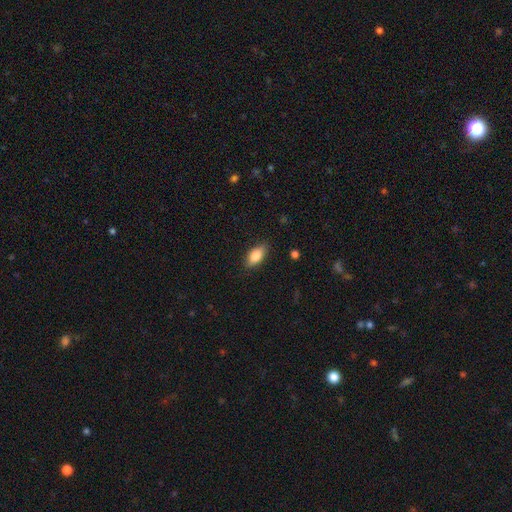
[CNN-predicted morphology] smooth-or-featured: smooth: 79% | featured or disk: 14% | star or artifact: 7%
  how-rounded: in between: 86% | cigar-shaped: 10% | round: 4%
  merging: none: 86% | minor disturbance: 11% | major disturbance: 2% | merger: 1%